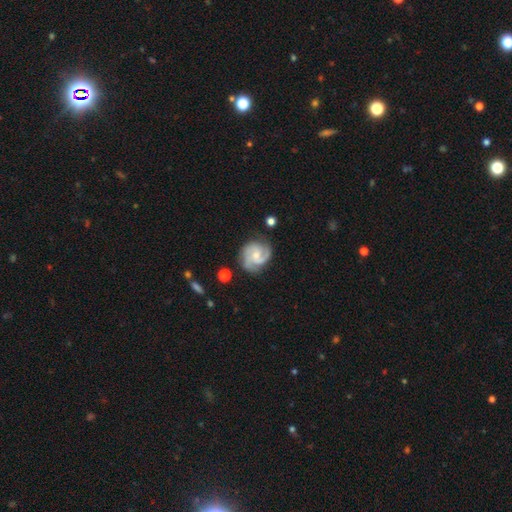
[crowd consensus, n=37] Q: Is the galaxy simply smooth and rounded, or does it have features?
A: featured or disk — 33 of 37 (89%).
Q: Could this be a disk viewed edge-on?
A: no — 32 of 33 (97%).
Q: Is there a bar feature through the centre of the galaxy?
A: no — 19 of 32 (59%).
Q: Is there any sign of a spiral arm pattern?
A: yes — 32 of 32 (100%).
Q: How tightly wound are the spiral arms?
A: medium — 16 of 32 (50%).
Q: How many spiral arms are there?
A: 3 — 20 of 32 (62%).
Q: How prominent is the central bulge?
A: small — 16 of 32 (50%).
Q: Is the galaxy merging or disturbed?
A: none — 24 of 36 (67%).